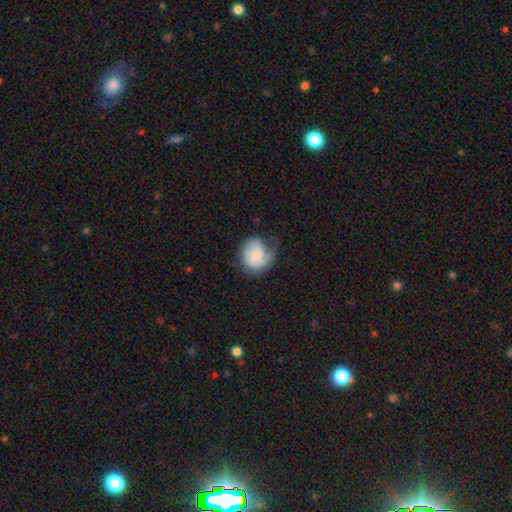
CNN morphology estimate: smooth 51%, featured or disk 42%, star or artifact 7%. Down the decision tree: how rounded — round (68%); merging — none (42%).